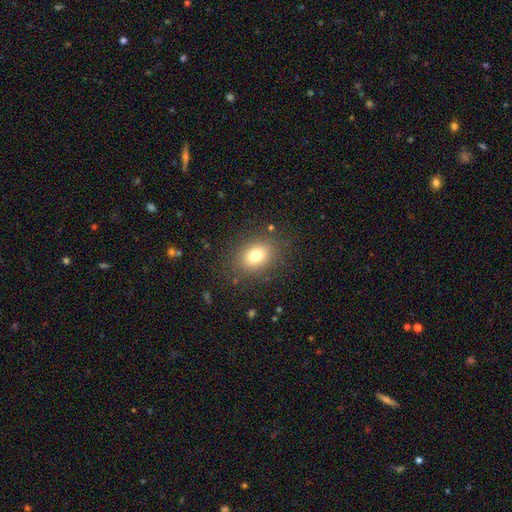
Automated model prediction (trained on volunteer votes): smooth_or_featured: smooth (p=0.77) [alt: star or artifact p=0.12]
how_rounded: in between (p=0.58) [alt: round p=0.41]
merging: none (p=0.85) [alt: minor disturbance p=0.10]